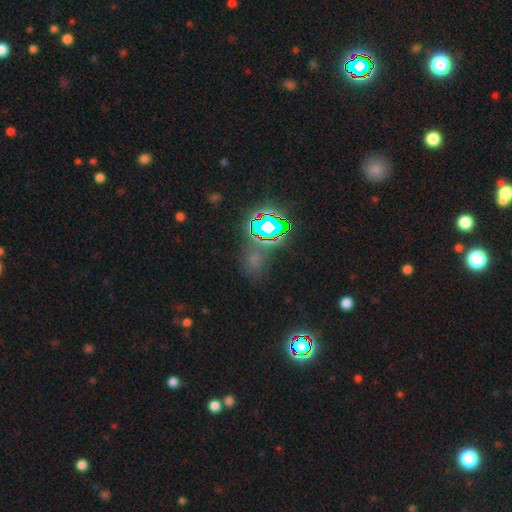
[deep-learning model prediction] Smooth or featured? star or artifact (71%)